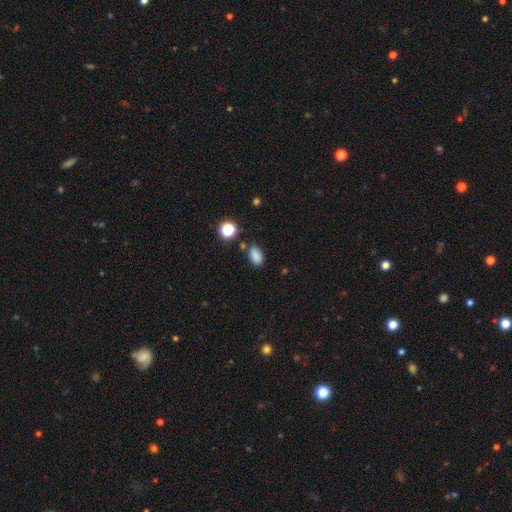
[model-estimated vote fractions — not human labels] smooth 83%, star or artifact 13%, featured or disk 4%. Down the decision tree: how rounded — in between (86%); merging — none (77%).